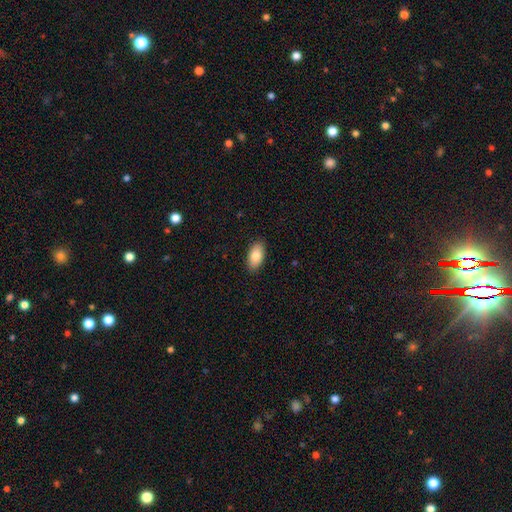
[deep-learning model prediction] The model was most divided on "smooth or featured": smooth: 84%, featured or disk: 10%, star or artifact: 7%. More confident: how rounded — in between (93%); merging — none (89%).